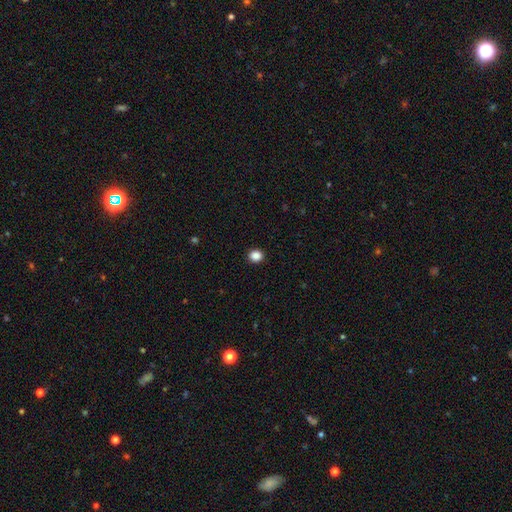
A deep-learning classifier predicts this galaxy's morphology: Smooth or featured?
  - smooth: 87% *
  - star or artifact: 11%
  - featured or disk: 2%
How rounded?
  - round: 81% *
  - in between: 18%
  - cigar-shaped: 1%
Merging?
  - none: 92% *
  - minor disturbance: 5%
  - major disturbance: 2%
  - merger: 1%